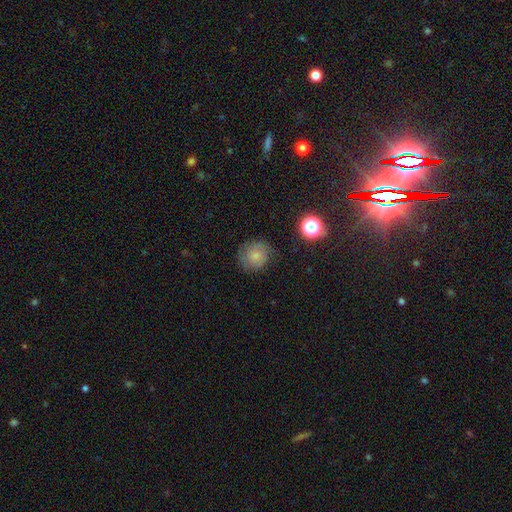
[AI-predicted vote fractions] Smooth or featured? smooth (70%)
How rounded? round (84%)
Merging? none (71%)